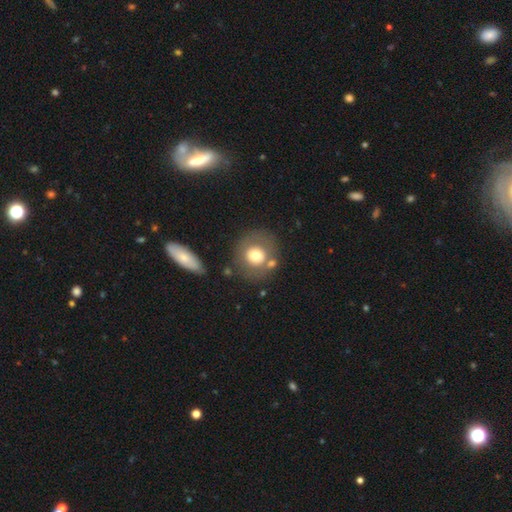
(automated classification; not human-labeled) Smooth or featured?
  - smooth: 67% *
  - featured or disk: 24%
  - star or artifact: 9%
How rounded?
  - round: 88% *
  - in between: 11%
  - cigar-shaped: 1%
Merging?
  - none: 70% *
  - minor disturbance: 12%
  - merger: 12%
  - major disturbance: 7%